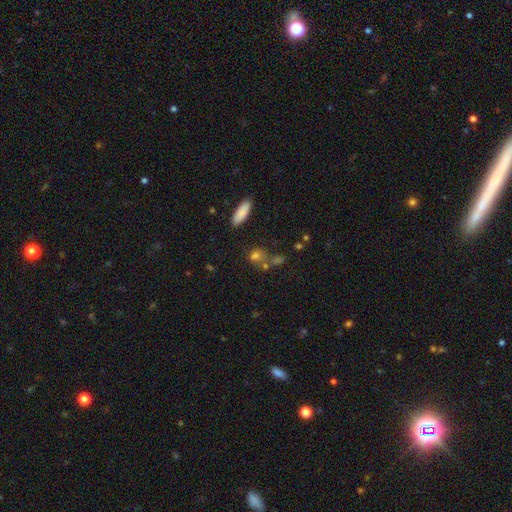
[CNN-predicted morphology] The model was most divided on "how rounded": round: 53%, in between: 40%, cigar-shaped: 7%. More confident: smooth or featured — smooth (74%); merging — none (55%).